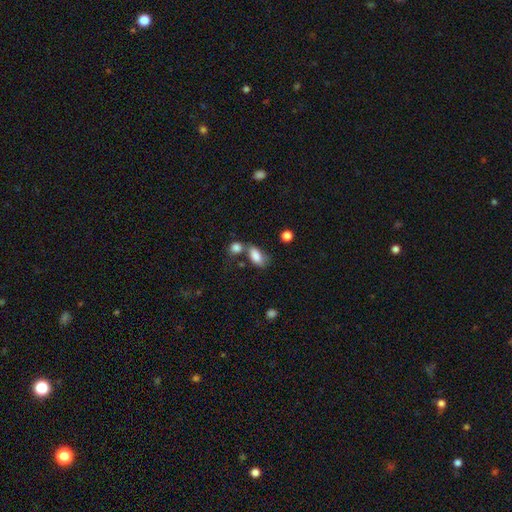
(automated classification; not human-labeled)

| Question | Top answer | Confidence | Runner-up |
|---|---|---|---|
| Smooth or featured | smooth | 82% | featured or disk (10%) |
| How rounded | in between | 89% | round (8%) |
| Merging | none | 36% | merger (35%) |